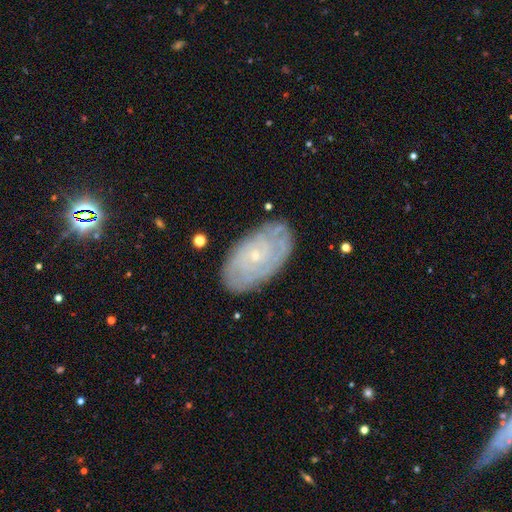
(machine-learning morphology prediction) featured or disk 68%, smooth 24%, star or artifact 8%. Down the decision tree: edge-on disk — no (93%); bar — no (83%); spiral arms — yes (79%); bulge size — small (83%); merging — none (80%).